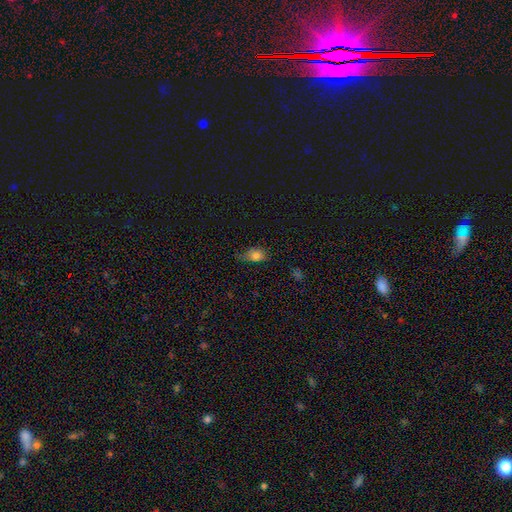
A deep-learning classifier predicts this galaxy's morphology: This appears to be a smooth galaxy with no disk features (79%) that is in between round and cigar-shaped (74%). Merging: none (51%).